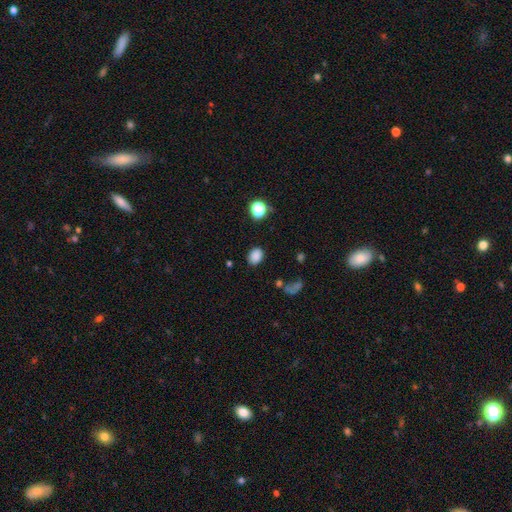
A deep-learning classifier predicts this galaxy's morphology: Smooth or featured?
  - smooth: 83% *
  - star or artifact: 12%
  - featured or disk: 4%
How rounded?
  - in between: 67% *
  - round: 32%
  - cigar-shaped: 1%
Merging?
  - none: 82% *
  - minor disturbance: 11%
  - major disturbance: 4%
  - merger: 3%